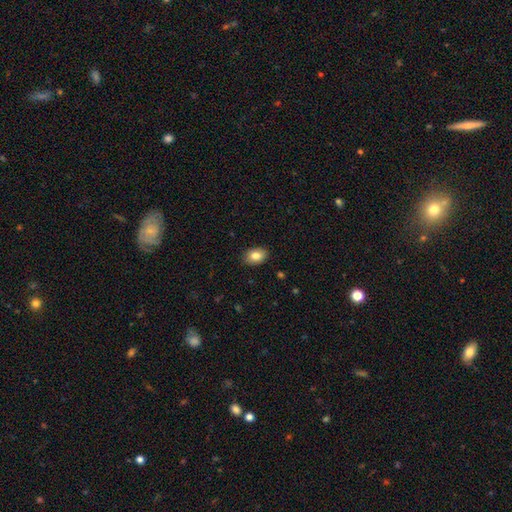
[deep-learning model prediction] Morphology: type=smooth (84%); roundness=in between (79%); merging=none (89%).